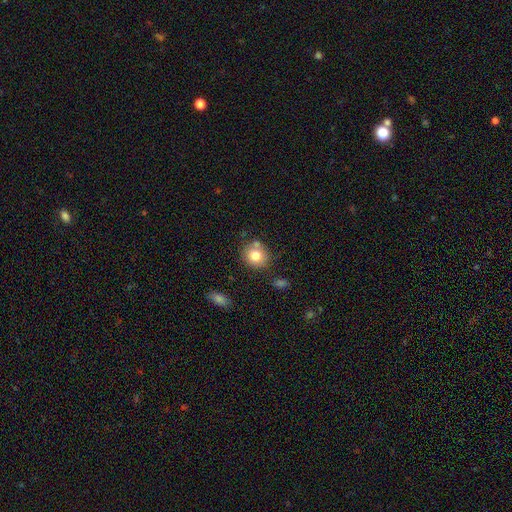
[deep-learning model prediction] This is likely a smooth galaxy (78%). How rounded: clearly round (83%). Merging: likely none (71%).